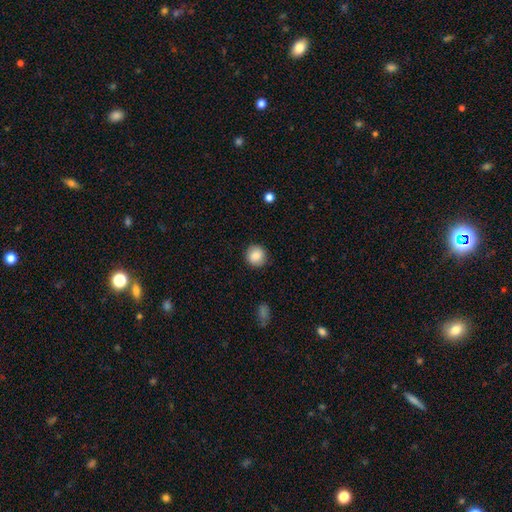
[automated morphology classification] The model was most divided on "smooth or featured": smooth: 87%, star or artifact: 8%, featured or disk: 5%. More confident: how rounded — round (92%); merging — none (89%).